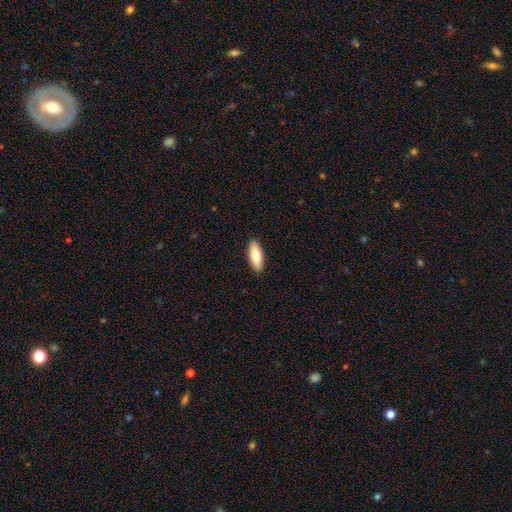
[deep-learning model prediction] Smooth or featured?
  - smooth: 83% *
  - featured or disk: 11%
  - star or artifact: 6%
How rounded?
  - in between: 75% *
  - cigar-shaped: 23%
  - round: 2%
Merging?
  - none: 91% *
  - minor disturbance: 7%
  - major disturbance: 1%
  - merger: 1%